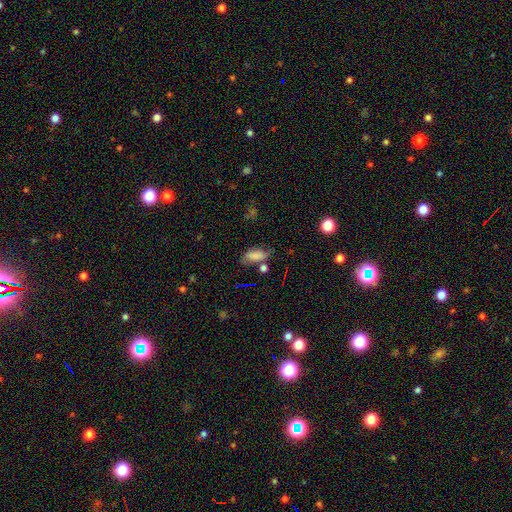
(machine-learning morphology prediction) This is likely a smooth galaxy (77%). How rounded: clearly in between (82%). Merging: possibly none (52%).